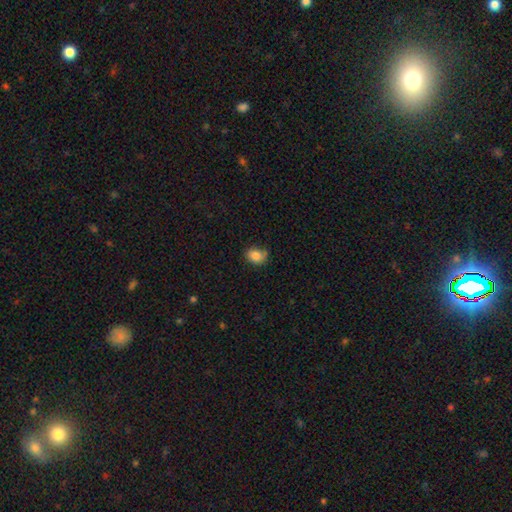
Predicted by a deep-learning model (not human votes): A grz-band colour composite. It shows a smooth galaxy with no disk features (82%) that is in between round and cigar-shaped (51%). Merging: none (63%).